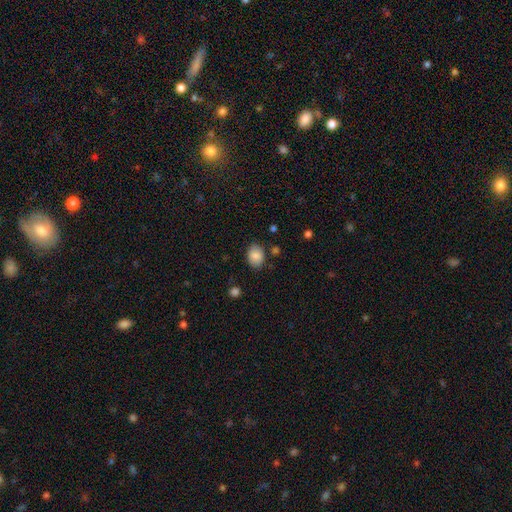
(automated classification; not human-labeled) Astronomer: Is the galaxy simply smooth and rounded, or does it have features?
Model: smooth — 86%.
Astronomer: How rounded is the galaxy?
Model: in between — 71%.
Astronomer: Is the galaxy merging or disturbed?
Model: none — 81%.